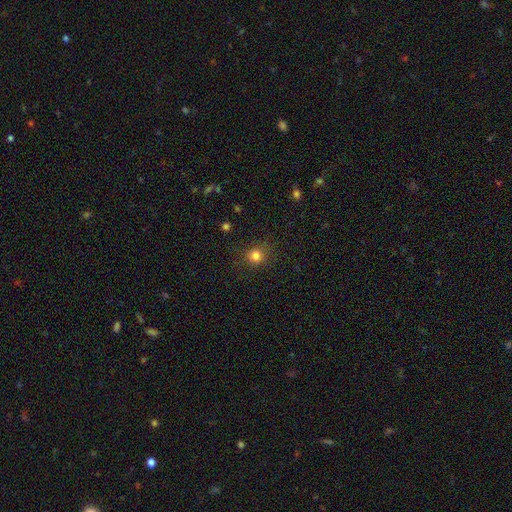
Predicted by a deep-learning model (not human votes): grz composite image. It shows a smooth galaxy with no disk features (81%) that is round (86%). Merging: none (85%).